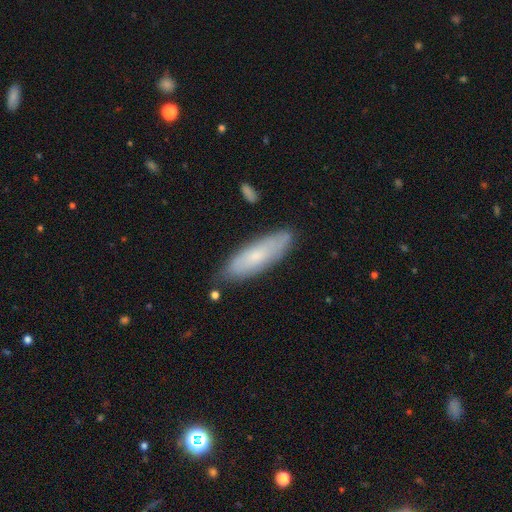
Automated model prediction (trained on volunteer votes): Smooth or featured: smooth — 65% (featured or disk — 29%)
How rounded: cigar-shaped — 51% (in between — 47%)
Merging: none — 81% (minor disturbance — 14%)